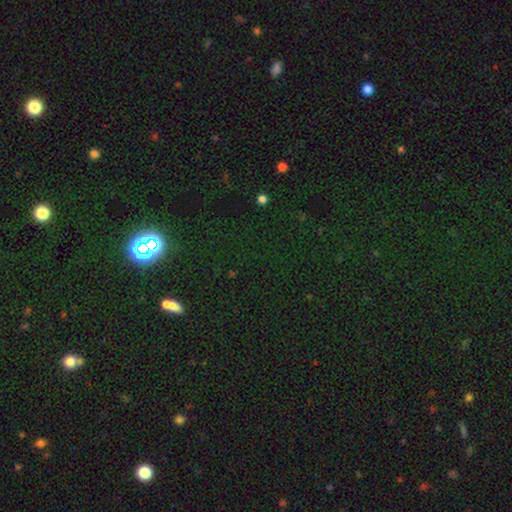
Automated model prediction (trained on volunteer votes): Smooth or featured: star or artifact — 74% (smooth — 19%)